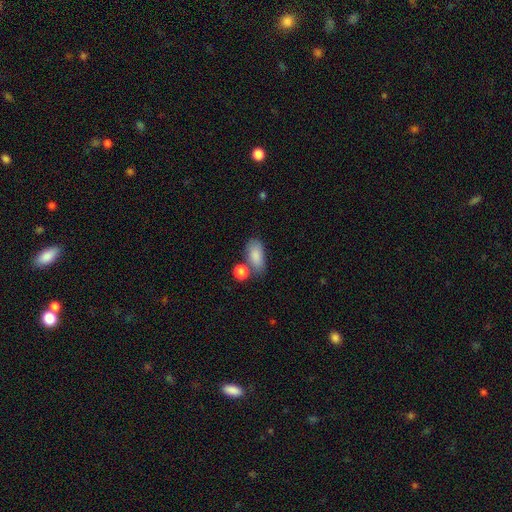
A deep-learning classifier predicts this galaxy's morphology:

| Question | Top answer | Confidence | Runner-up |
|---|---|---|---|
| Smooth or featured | smooth | 85% | featured or disk (8%) |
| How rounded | in between | 89% | round (6%) |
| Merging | none | 54% | merger (20%) |